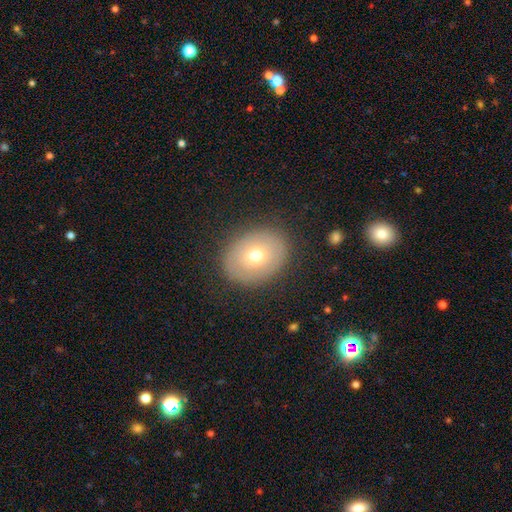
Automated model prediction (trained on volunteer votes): Smooth or featured? smooth (63%)
How rounded? round (51%)
Merging? none (85%)